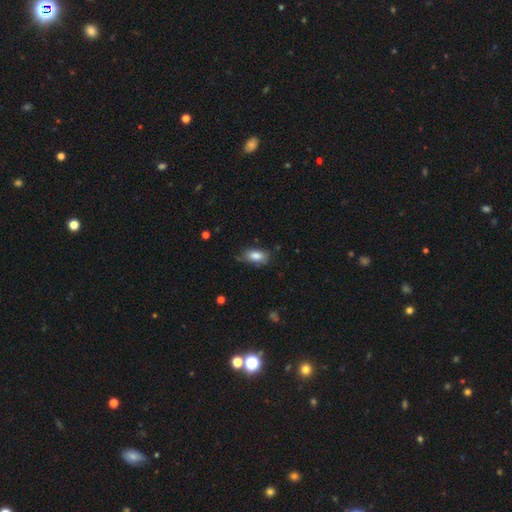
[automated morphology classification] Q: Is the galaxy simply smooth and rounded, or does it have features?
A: smooth — 84%.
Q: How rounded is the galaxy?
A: in between — 90%.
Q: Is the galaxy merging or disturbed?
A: none — 69%.